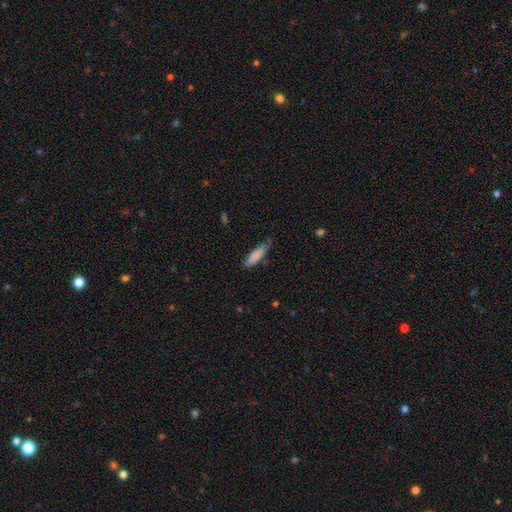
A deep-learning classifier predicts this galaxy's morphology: This is clearly a smooth galaxy (84%). How rounded: likely cigar-shaped (66%). Merging: likely none (60%).